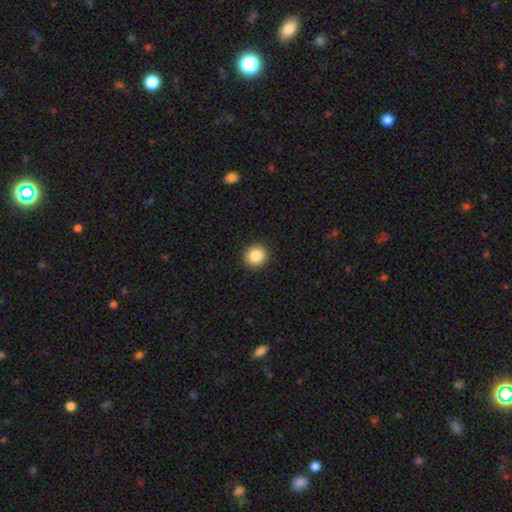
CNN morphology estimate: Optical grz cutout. It shows a smooth galaxy with no disk features (86%) that is round (93%). Merging: none (93%).